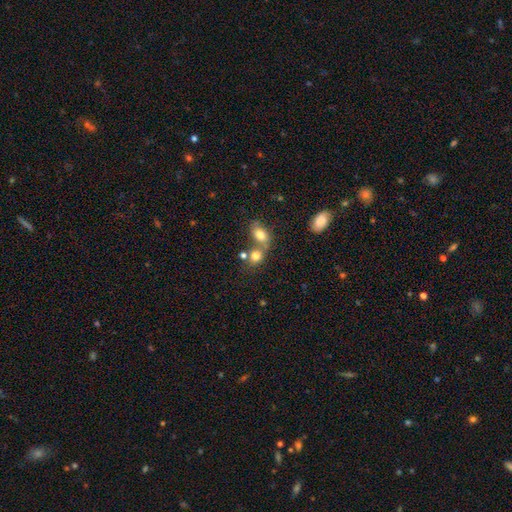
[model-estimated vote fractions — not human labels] Morphology: type=smooth (76%); roundness=round (57%); merging=merger (50%).